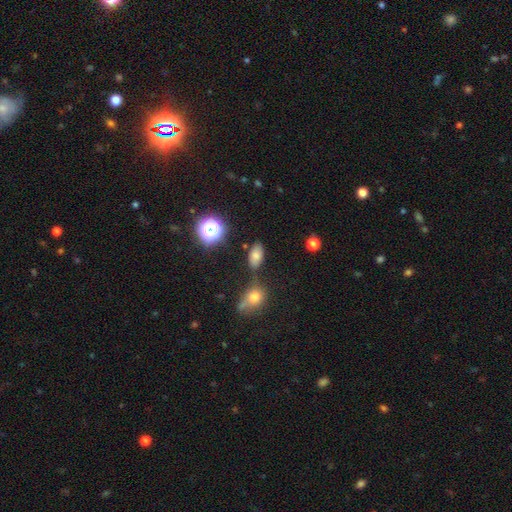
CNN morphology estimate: A smooth galaxy with no disk features (73%) that is in between round and cigar-shaped (88%). Merging: none (71%).